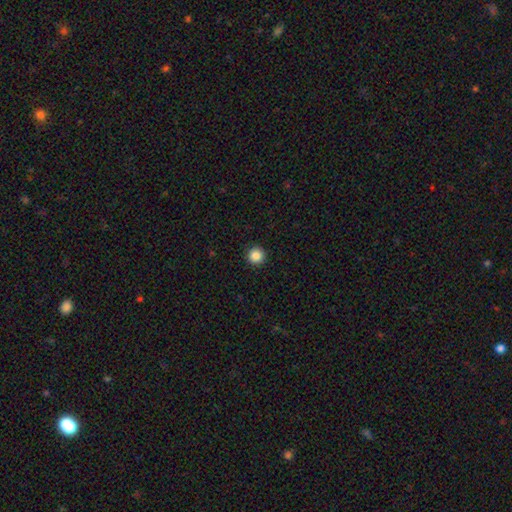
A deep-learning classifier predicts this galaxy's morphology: This appears to be a smooth galaxy with no disk features (87%) that is round (96%). Merging: none (93%).